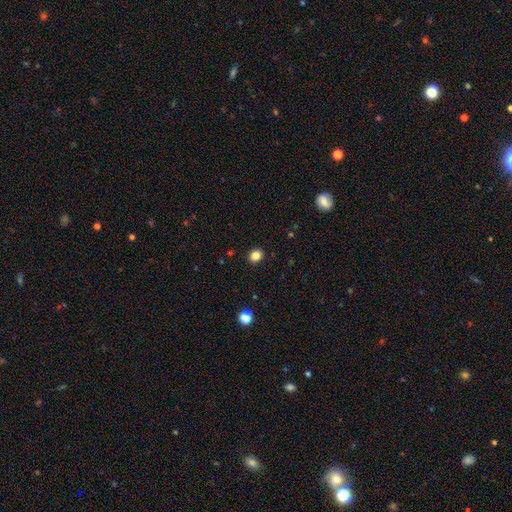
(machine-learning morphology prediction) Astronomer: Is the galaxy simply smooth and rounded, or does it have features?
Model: smooth — 84%.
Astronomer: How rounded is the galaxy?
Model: round — 67%.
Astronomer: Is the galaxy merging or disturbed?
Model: none — 91%.